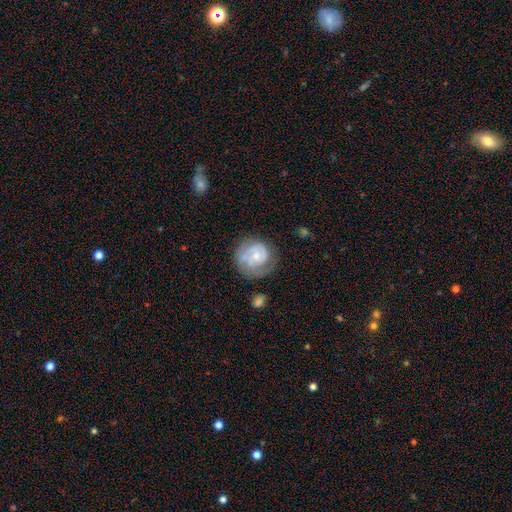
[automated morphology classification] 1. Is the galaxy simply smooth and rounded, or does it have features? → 64% featured or disk, 29% smooth, 6% star or artifact.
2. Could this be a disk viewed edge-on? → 98% no, 2% yes.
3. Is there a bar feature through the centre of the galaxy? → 75% no, 22% weak, 3% strong.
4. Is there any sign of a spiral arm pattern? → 84% yes, 16% no.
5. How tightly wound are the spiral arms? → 55% tight, 32% medium, 13% loose.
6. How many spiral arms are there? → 37% 2, 28% can't tell, 19% 1, 10% 3, 3% 4, 3% more than 4.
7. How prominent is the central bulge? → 61% small, 30% moderate, 5% none, 3% large, 1% dominant.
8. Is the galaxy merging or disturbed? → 61% none, 22% minor disturbance, 13% major disturbance, 3% merger.